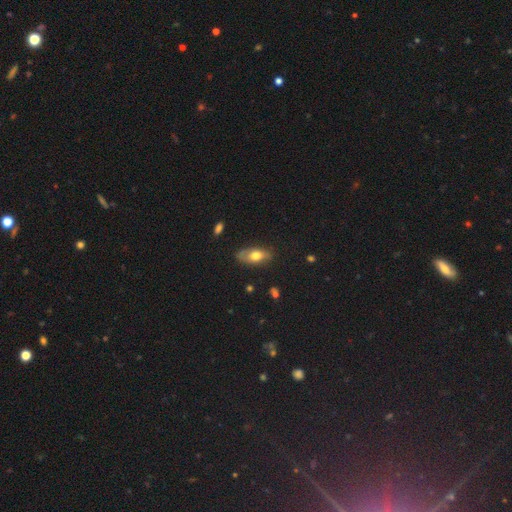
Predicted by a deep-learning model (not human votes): smooth 63%, featured or disk 30%, star or artifact 8%. Down the decision tree: how rounded — in between (85%); merging — none (71%).